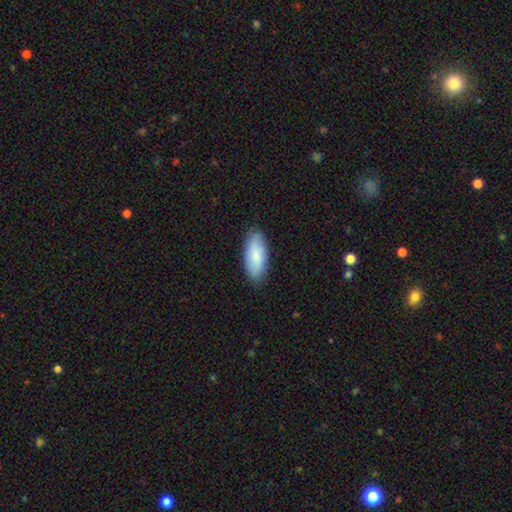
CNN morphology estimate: smooth_or_featured: smooth (p=0.81) [alt: featured or disk p=0.13]
how_rounded: in between (p=0.83) [alt: cigar-shaped p=0.15]
merging: none (p=0.85) [alt: minor disturbance p=0.12]